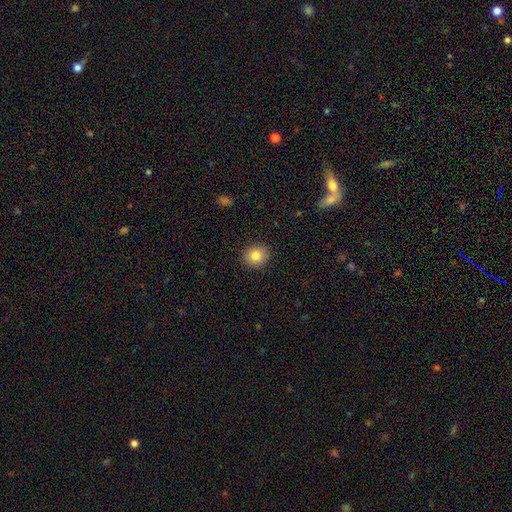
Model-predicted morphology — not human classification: This appears to be a smooth galaxy with no disk features (81%) that is round (81%). Merging: none (91%).